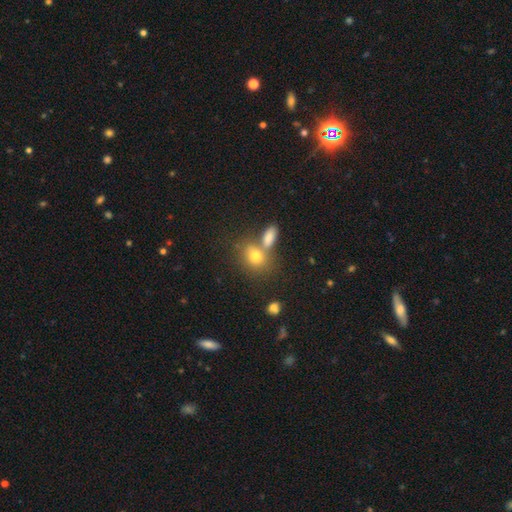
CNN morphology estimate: The model was most divided on "merging": none: 47%, merger: 37%, minor disturbance: 11%, major disturbance: 5%. More confident: smooth or featured — smooth (75%); how rounded — in between (56%).